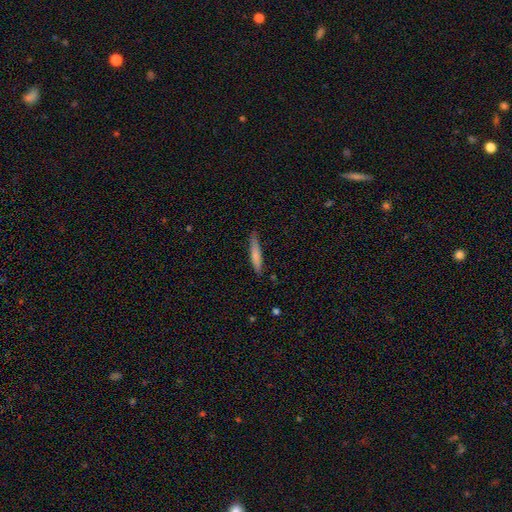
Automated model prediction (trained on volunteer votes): A smooth galaxy with no disk features (75%) that is cigar-shaped (89%). Merging: none (82%).